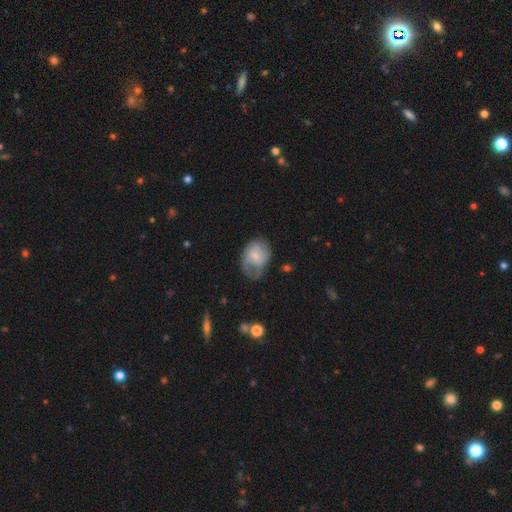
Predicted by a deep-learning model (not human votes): smooth-or-featured: smooth: 52% | featured or disk: 41% | star or artifact: 7%
  how-rounded: in between: 67% | round: 32% | cigar-shaped: 1%
  merging: none: 34% (tied) | minor disturbance: 34% (tied) | major disturbance: 29% | merger: 2%